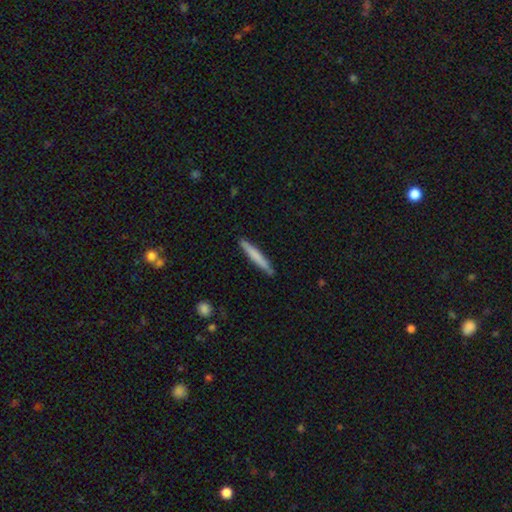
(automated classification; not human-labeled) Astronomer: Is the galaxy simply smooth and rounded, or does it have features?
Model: smooth — 70%.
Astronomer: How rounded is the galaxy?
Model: cigar-shaped — 96%.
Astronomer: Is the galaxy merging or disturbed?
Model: none — 86%.